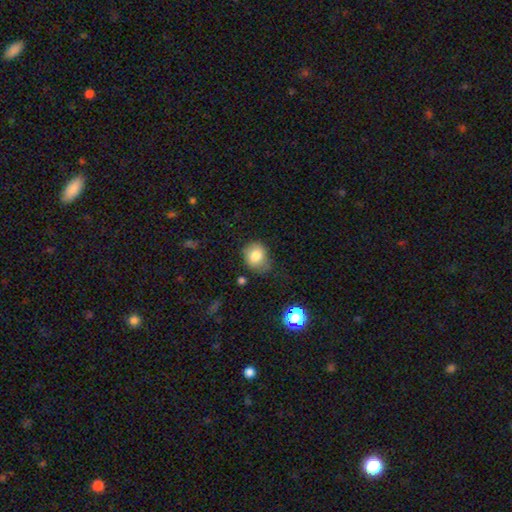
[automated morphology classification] type=smooth (80%); roundness=round (61%); merging=none (63%).